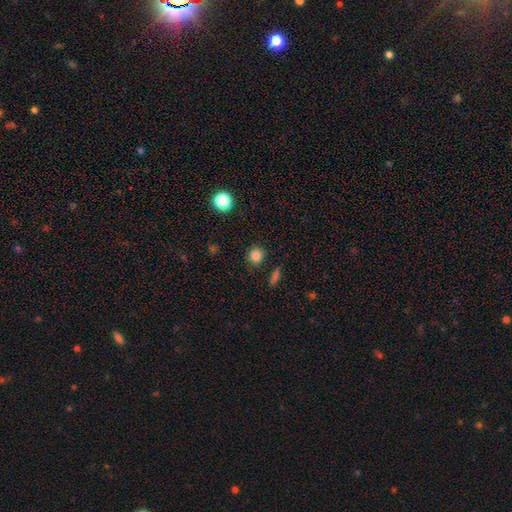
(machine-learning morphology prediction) Smooth or featured? smooth (83%)
How rounded? round (90%)
Merging? none (88%)